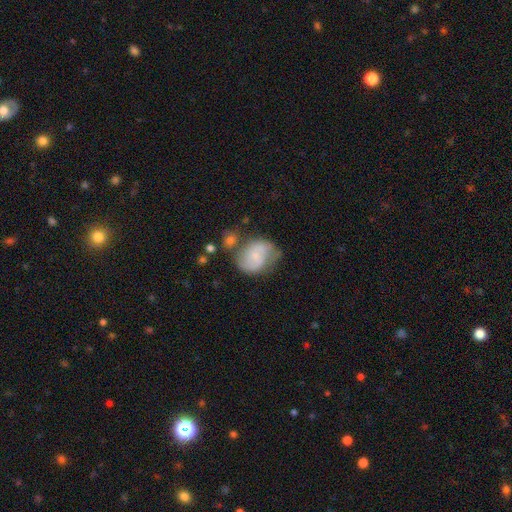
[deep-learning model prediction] This is possibly a featured or disk galaxy (51%). It is clearly not viewed edge-on (98%). Bar: possibly no (54%). Spiral arm pattern: clearly yes (81%). Central bulge: likely small (60%). Merging: possibly none (49%).